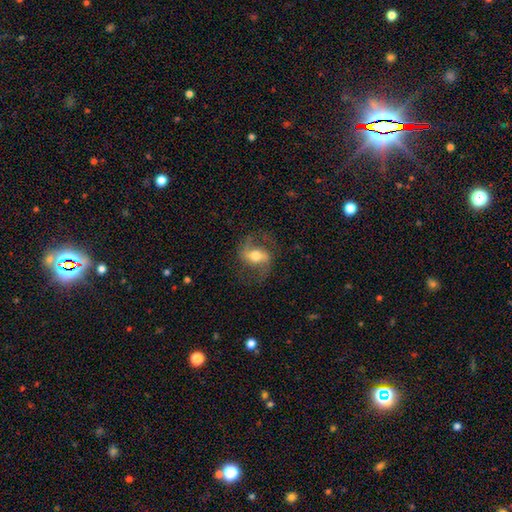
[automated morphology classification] Smooth or featured?
  - featured or disk: 75% *
  - smooth: 17%
  - star or artifact: 7%
Edge-on disk?
  - no: 94% *
  - yes: 6%
Bar?
  - strong: 41% *
  - weak: 38%
  - no: 21%
Spiral arms?
  - yes: 90% *
  - no: 10%
Spiral winding?
  - loose: 49% *
  - medium: 42%
  - tight: 9%
Spiral arm count?
  - 2: 90% *
  - can't tell: 4%
  - 1: 3%
  - 3: 1%
  - 4: 1%
  - more than 4: 1%
Bulge size?
  - moderate: 67% *
  - large: 15%
  - small: 14%
  - dominant: 2%
  - none: 2%
Merging?
  - none: 72% *
  - minor disturbance: 15%
  - major disturbance: 11%
  - merger: 1%